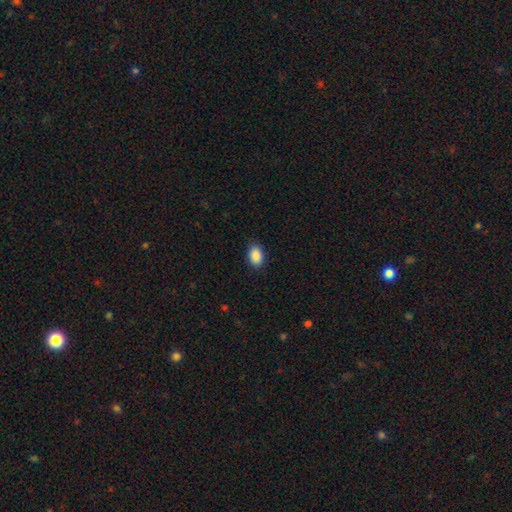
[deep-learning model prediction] A smooth galaxy with no disk features (90%) that is in between round and cigar-shaped (89%).

Vote fractions:
- Smooth or featured? smooth: 90% / star or artifact: 7% / featured or disk: 3%
- How rounded? in between: 89% / round: 9% / cigar-shaped: 1%
- Merging? none: 88% / minor disturbance: 9% / major disturbance: 2% / merger: 1%